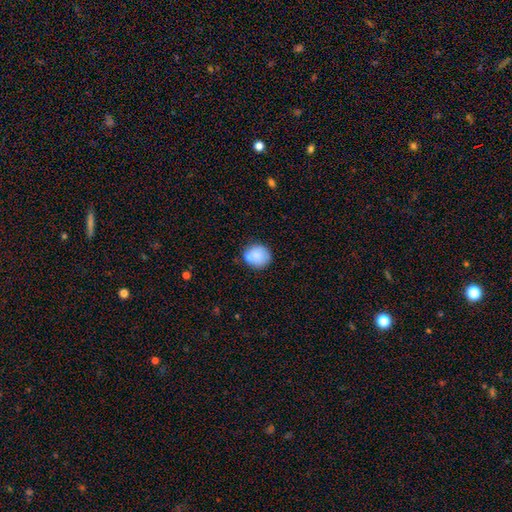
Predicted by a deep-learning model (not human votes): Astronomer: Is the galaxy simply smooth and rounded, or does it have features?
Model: smooth — 79%.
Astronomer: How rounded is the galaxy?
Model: round — 80%.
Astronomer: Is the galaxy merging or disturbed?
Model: none — 65%.